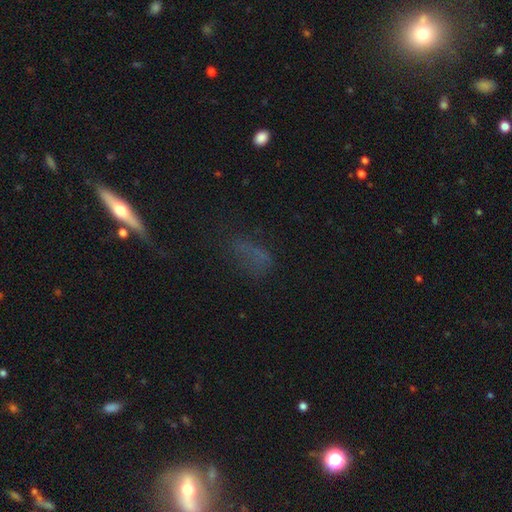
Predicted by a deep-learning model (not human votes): smooth_or_featured: smooth (p=0.47) [alt: star or artifact p=0.28]
merging: none (p=0.46) [alt: major disturbance p=0.28]